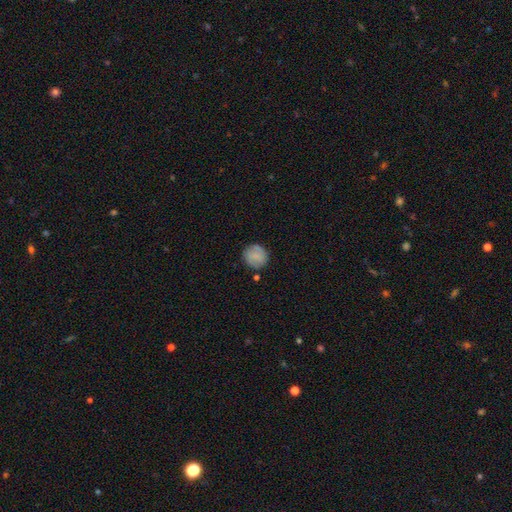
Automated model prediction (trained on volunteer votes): This is likely a smooth galaxy (75%). How rounded: clearly round (89%). Merging: likely none (79%).